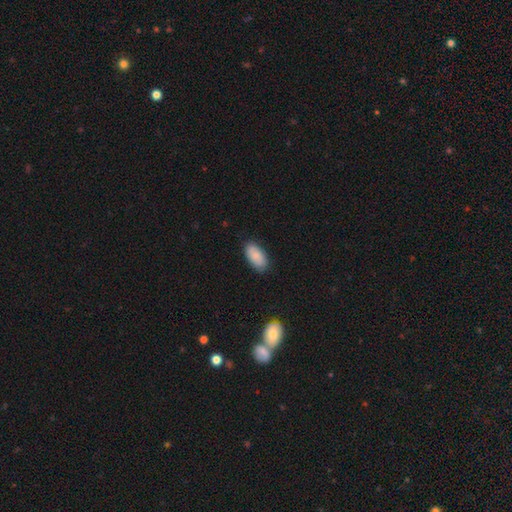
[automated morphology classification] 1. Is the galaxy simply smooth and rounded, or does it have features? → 85% smooth, 8% featured or disk, 6% star or artifact.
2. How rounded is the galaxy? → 94% in between, 4% cigar-shaped, 2% round.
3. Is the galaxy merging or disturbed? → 84% none, 12% minor disturbance, 2% major disturbance, 1% merger.